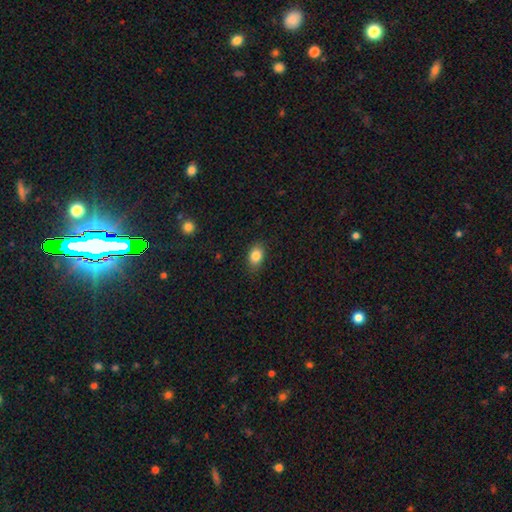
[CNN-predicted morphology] Q: Smooth or featured?
A: smooth (85%); runner-up: star or artifact (9%)
Q: How rounded?
A: in between (78%); runner-up: round (21%)
Q: Merging?
A: none (84%); runner-up: minor disturbance (13%)